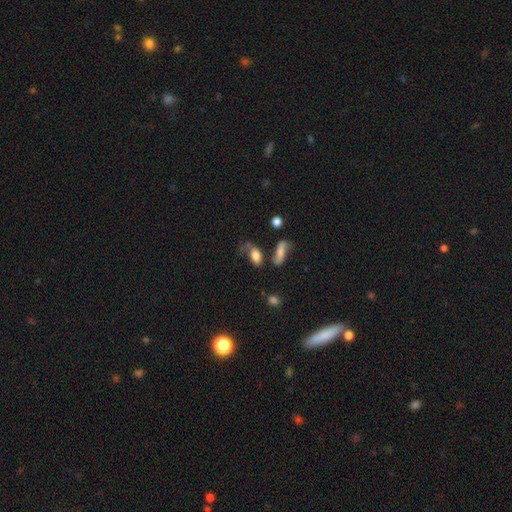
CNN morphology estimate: type=smooth (71%); roundness=in between (84%); merging=none (39%).